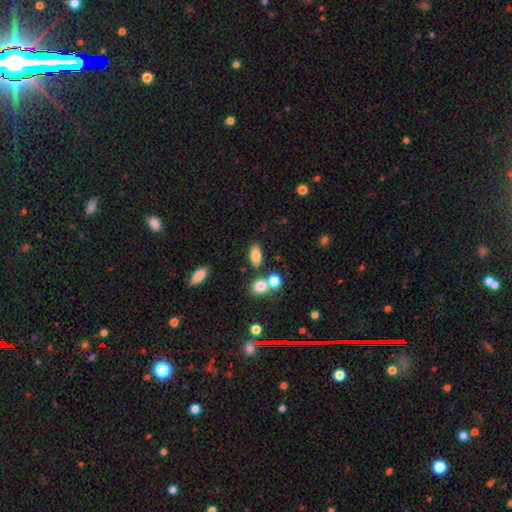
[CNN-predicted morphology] smooth 82%, star or artifact 10%, featured or disk 8%. Down the decision tree: how rounded — in between (86%); merging — none (72%).